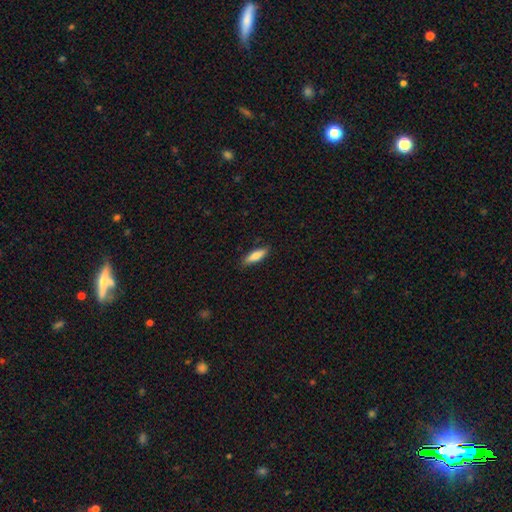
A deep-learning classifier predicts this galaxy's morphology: Smooth or featured? smooth (79%)
How rounded? cigar-shaped (54%)
Merging? none (85%)